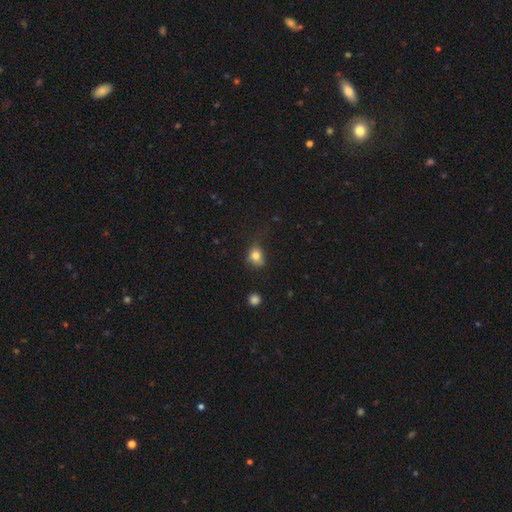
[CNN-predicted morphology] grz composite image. It shows a smooth galaxy with no disk features (80%) that is round (54%). Merging: none (57%).